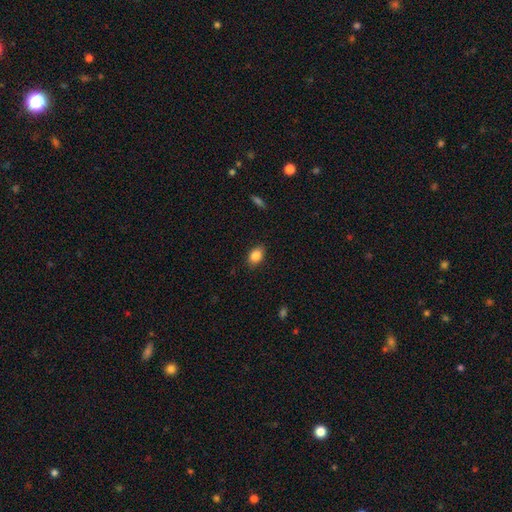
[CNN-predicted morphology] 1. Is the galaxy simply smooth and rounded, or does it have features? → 86% smooth, 8% star or artifact, 6% featured or disk.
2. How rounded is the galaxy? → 81% in between, 17% round, 2% cigar-shaped.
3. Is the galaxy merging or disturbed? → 86% none, 11% minor disturbance, 2% major disturbance, 1% merger.